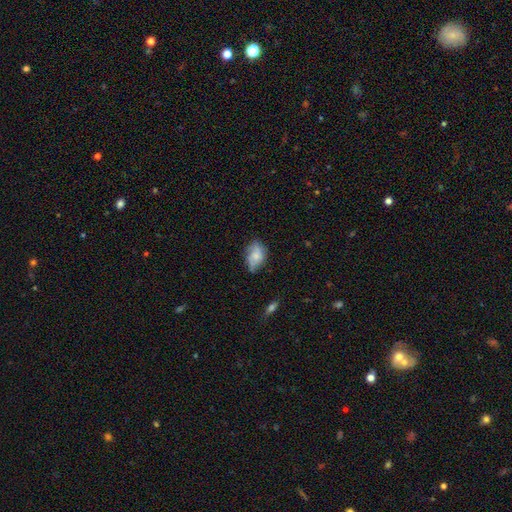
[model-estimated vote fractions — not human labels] Smooth or featured?
  - smooth: 64% *
  - featured or disk: 28%
  - star or artifact: 9%
How rounded?
  - in between: 83% *
  - round: 16%
  - cigar-shaped: 2%
Merging?
  - none: 55% *
  - minor disturbance: 33%
  - major disturbance: 10%
  - merger: 2%